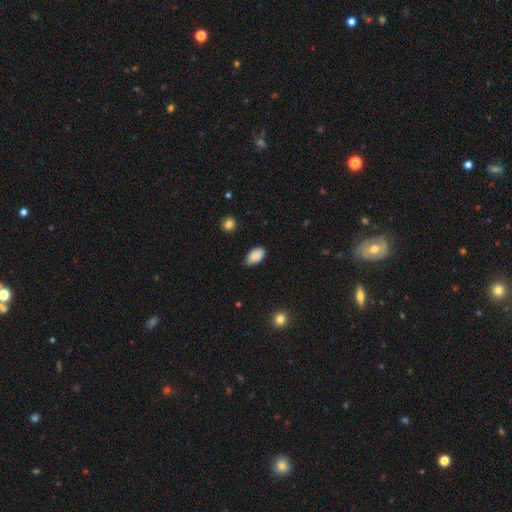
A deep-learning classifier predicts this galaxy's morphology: This appears to be a smooth galaxy with no disk features (88%) that is in between round and cigar-shaped (94%). Merging: none (76%).